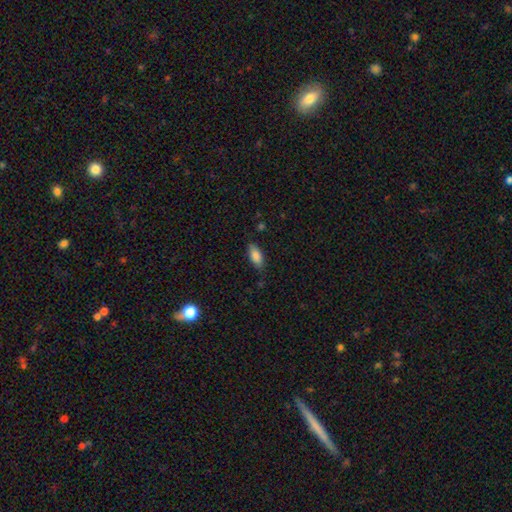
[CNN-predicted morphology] The model was most divided on "merging": none: 78%, minor disturbance: 17%, major disturbance: 3%, merger: 2%. More confident: how rounded — in between (85%); smooth or featured — smooth (85%).